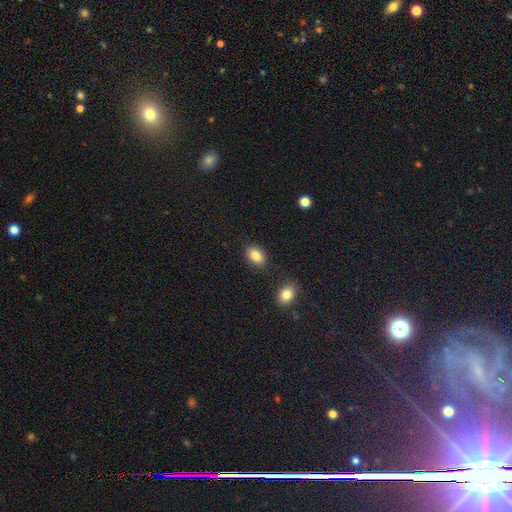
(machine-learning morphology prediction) A smooth galaxy with no disk features (85%) that is in between round and cigar-shaped (83%).

Vote fractions:
- Smooth or featured? smooth: 85% / star or artifact: 8% / featured or disk: 7%
- How rounded? in between: 83% / round: 15% / cigar-shaped: 1%
- Merging? none: 84% / minor disturbance: 10% / merger: 4% / major disturbance: 3%